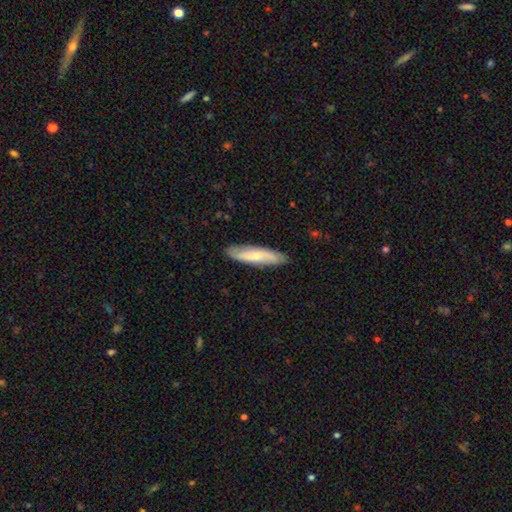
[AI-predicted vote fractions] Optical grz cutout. It shows a smooth galaxy with no disk features (51%) that is cigar-shaped (74%). Merging: none (87%).